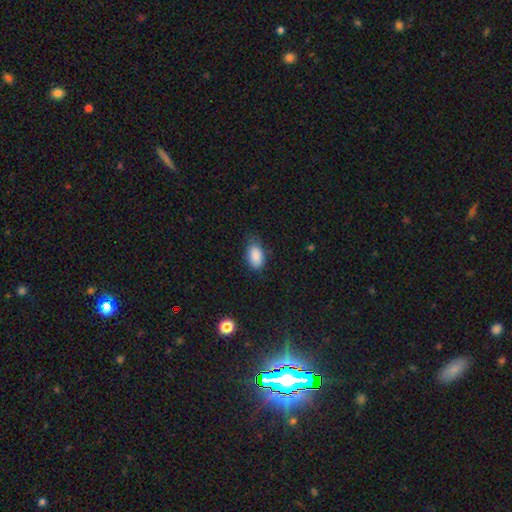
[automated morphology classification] smooth-or-featured: smooth: 88% | star or artifact: 8% | featured or disk: 4%
  how-rounded: in between: 92% | round: 5% | cigar-shaped: 2%
  merging: none: 71% | minor disturbance: 23% | major disturbance: 5% | merger: 1%